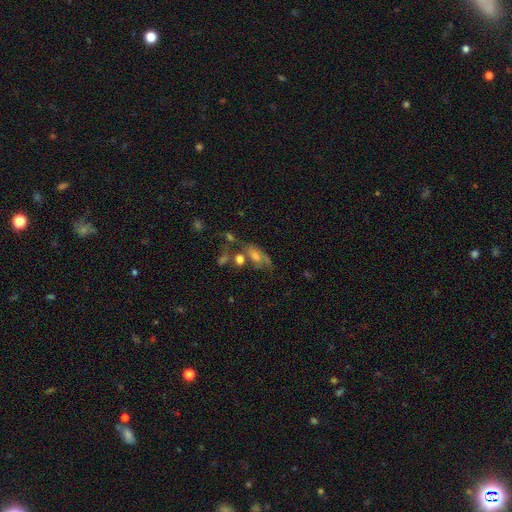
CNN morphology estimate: The model was most divided on "smooth or featured": smooth: 45%, featured or disk: 40%, star or artifact: 15%. Remaining: merging — none (32%).